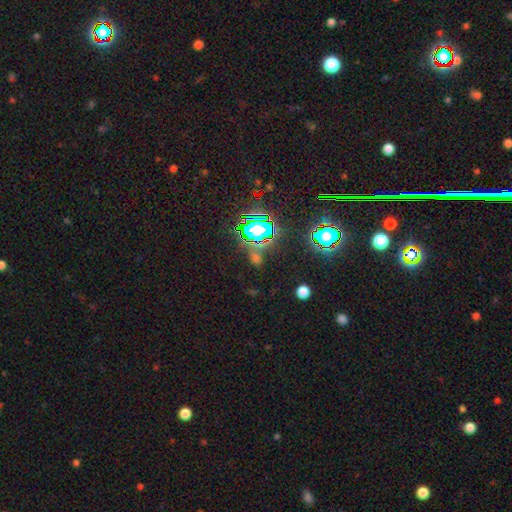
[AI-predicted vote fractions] Morphology: type=star or artifact (69%).